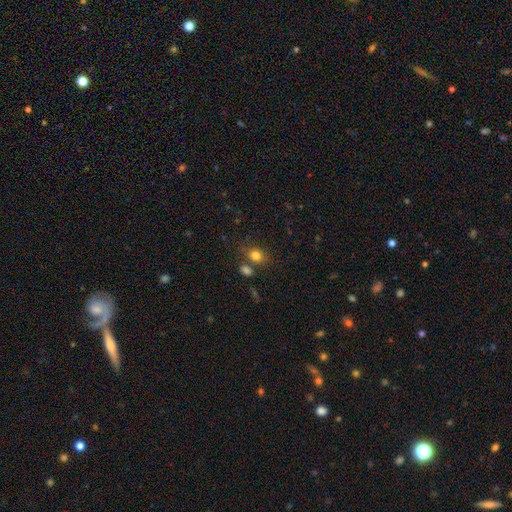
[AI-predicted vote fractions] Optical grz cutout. It shows a smooth galaxy with no disk features (81%) that is round (55%). Merging: none (65%).